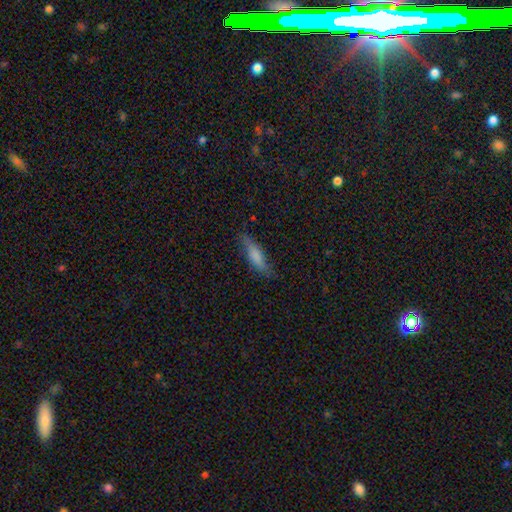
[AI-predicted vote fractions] This is likely a smooth galaxy (73%). How rounded: likely cigar-shaped (66%). Merging: likely none (73%).